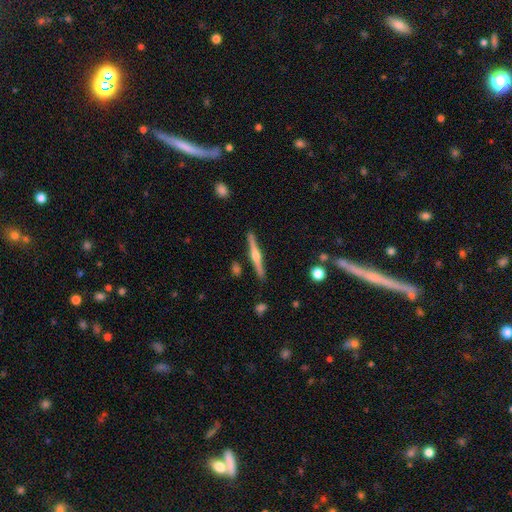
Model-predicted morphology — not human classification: Smooth or featured? featured or disk (75%)
Edge-on disk? yes (98%)
Edge-on bulge? rounded (93%)
Merging? none (90%)